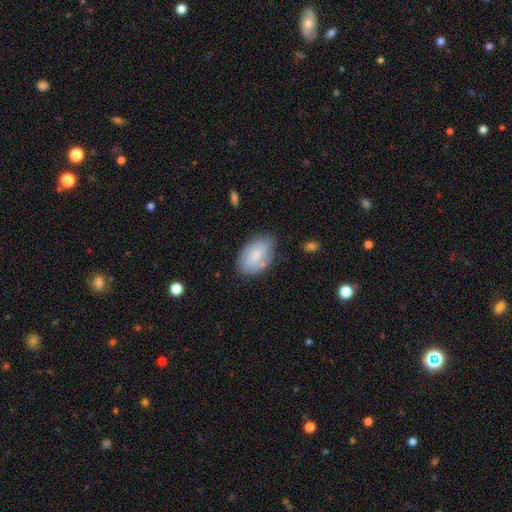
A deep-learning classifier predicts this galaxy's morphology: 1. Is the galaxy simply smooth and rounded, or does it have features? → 73% smooth, 20% featured or disk, 7% star or artifact.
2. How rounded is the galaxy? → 91% in between, 7% round, 1% cigar-shaped.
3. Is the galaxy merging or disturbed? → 70% none, 21% minor disturbance, 5% major disturbance, 4% merger.